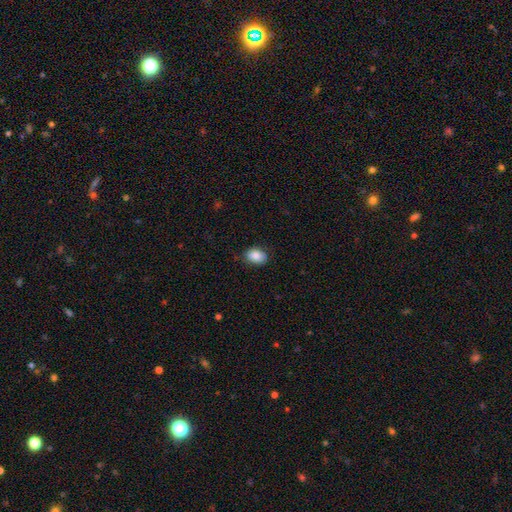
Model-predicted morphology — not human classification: This appears to be a smooth galaxy with no disk features (87%) that is in between round and cigar-shaped (79%). Merging: none (81%).